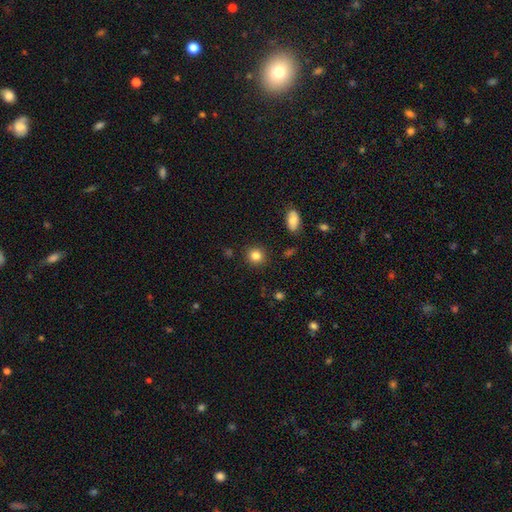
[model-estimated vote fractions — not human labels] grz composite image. It shows a smooth galaxy with no disk features (84%) that is round (89%). Merging: none (90%).